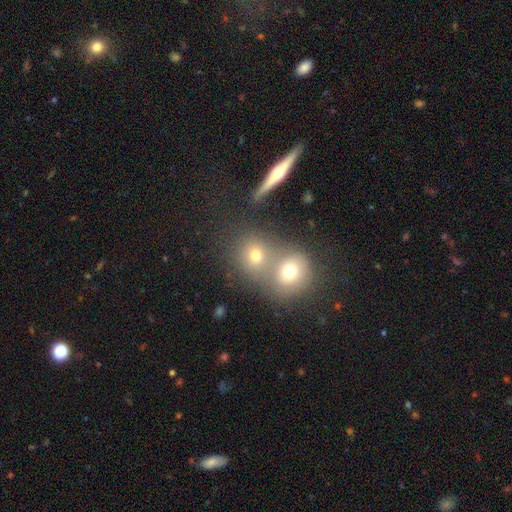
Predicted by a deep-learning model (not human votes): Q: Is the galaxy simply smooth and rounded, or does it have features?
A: smooth — 71%.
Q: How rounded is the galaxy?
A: round — 81%.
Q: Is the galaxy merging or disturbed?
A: merger — 49%.